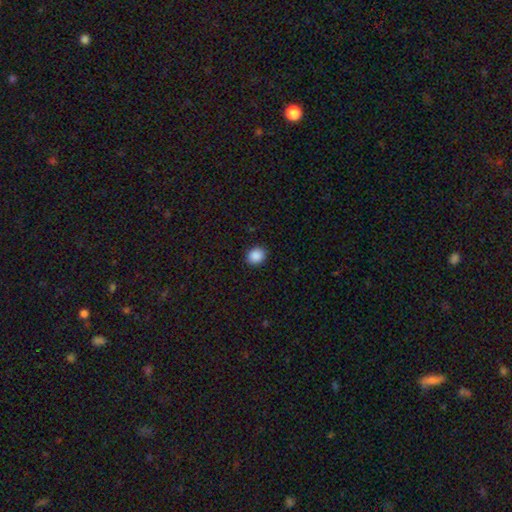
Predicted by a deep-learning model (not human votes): This is clearly a smooth galaxy (89%). How rounded: likely round (66%). Merging: clearly none (91%).